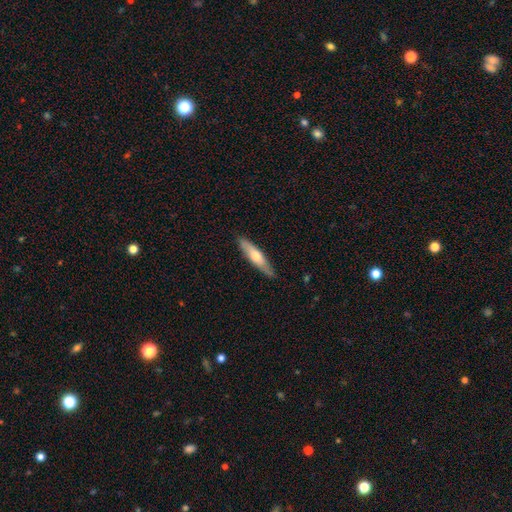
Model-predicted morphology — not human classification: A smooth galaxy with no disk features (59%) that is cigar-shaped (79%). Merging: none (83%).